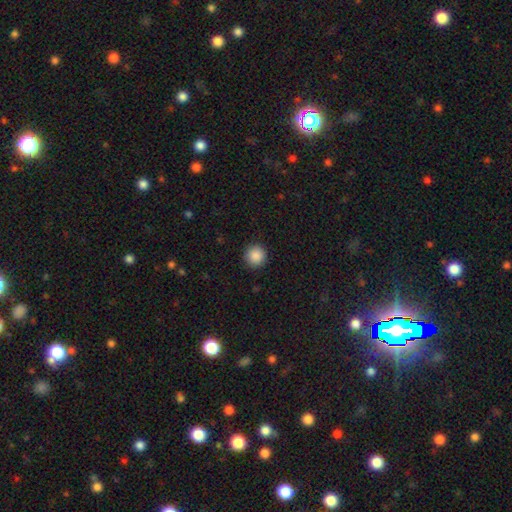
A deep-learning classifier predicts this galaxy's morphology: A smooth galaxy with no disk features (89%) that is round (95%). Merging: none (92%).